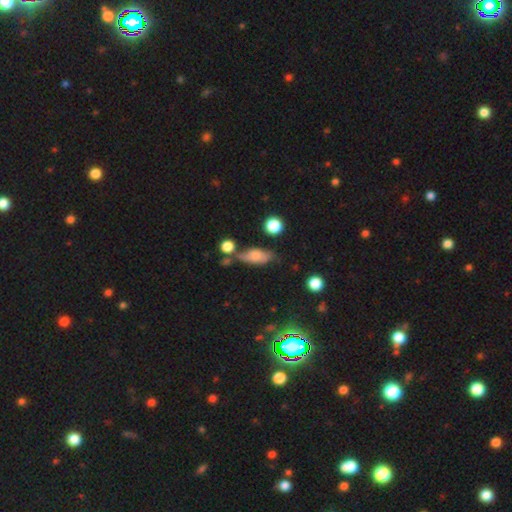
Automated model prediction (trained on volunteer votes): The model was most divided on "merging": none: 50%, minor disturbance: 26%, merger: 14%, major disturbance: 10%. More confident: how rounded — in between (70%); smooth or featured — smooth (62%).